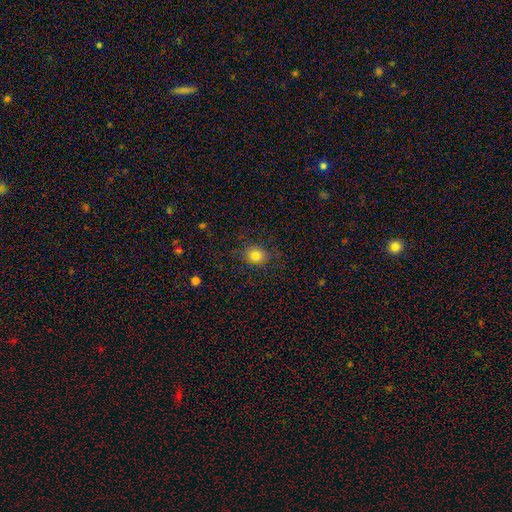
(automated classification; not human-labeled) Smooth or featured: smooth — 80% (star or artifact — 12%)
How rounded: round — 63% (in between — 36%)
Merging: none — 83% (minor disturbance — 12%)